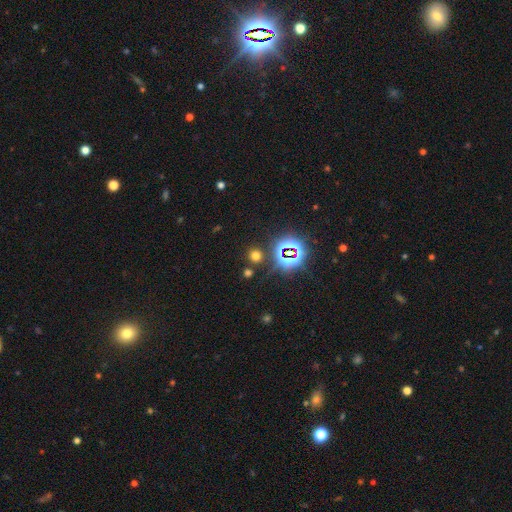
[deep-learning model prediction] Smooth or featured: smooth — 58% (star or artifact — 35%)
How rounded: round — 89% (in between — 10%)
Merging: none — 84% (minor disturbance — 7%)